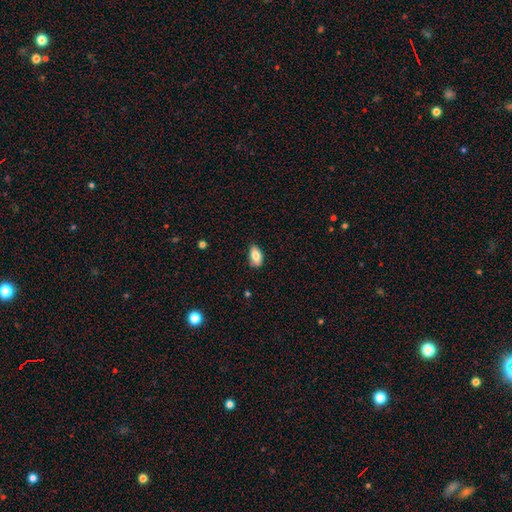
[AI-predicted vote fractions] smooth 81%, featured or disk 12%, star or artifact 7%. Down the decision tree: how rounded — in between (92%); merging — none (76%).